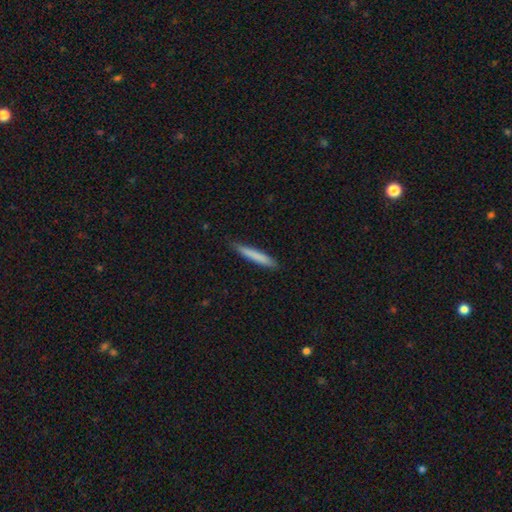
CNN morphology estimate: smooth-or-featured: smooth: 79% | featured or disk: 15% | star or artifact: 6%
  how-rounded: cigar-shaped: 95% | in between: 4% | round: 1%
  merging: none: 87% | minor disturbance: 11% | major disturbance: 2% | merger: 1%